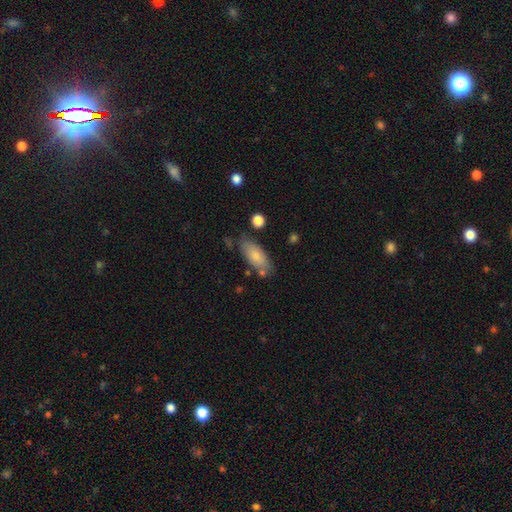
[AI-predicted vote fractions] Morphology: type=smooth (78%); roundness=in between (83%); merging=none (70%).